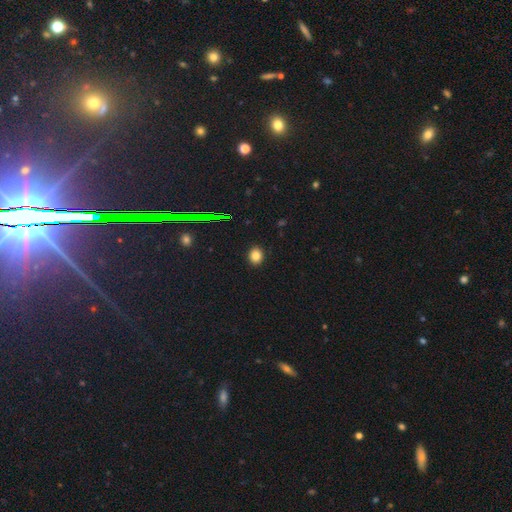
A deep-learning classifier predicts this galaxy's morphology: Overall: smooth (81%). How rounded: round (66%; in between 33%). Merging: none (91%).